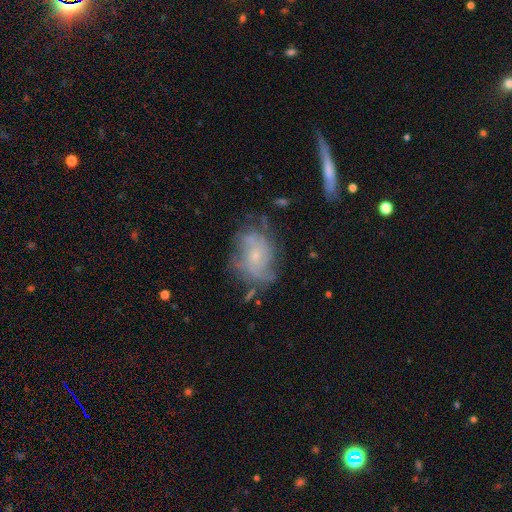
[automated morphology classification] smooth_or_featured: featured or disk (p=0.62) [alt: smooth p=0.28]
disk_edge_on: no (p=0.95) [alt: yes p=0.05]
bar: no (p=0.78) [alt: weak p=0.19]
has_spiral_arms: yes (p=0.73) [alt: no p=0.27]
bulge_size: small (p=0.69) [alt: moderate p=0.23]
merging: none (p=0.58) [alt: minor disturbance p=0.24]